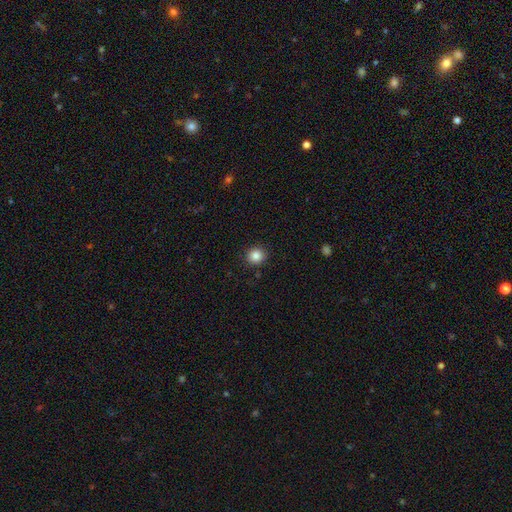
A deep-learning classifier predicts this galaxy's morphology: smooth_or_featured: smooth (p=0.85) [alt: star or artifact p=0.10]
how_rounded: round (p=0.89) [alt: in between p=0.10]
merging: none (p=0.90) [alt: minor disturbance p=0.06]